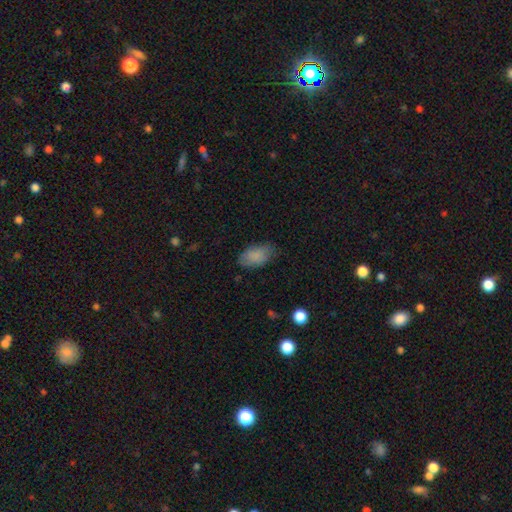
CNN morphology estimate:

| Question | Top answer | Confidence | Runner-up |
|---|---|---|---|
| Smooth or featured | smooth | 85% | featured or disk (7%) |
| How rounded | in between | 93% | round (5%) |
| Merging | none | 72% | minor disturbance (22%) |